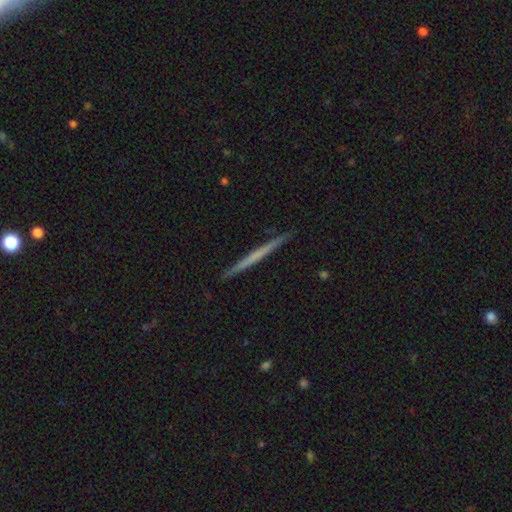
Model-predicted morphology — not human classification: type=featured or disk (54%); edge-on=yes (98%); edge-on bulge=none (91%); merging=none (92%).